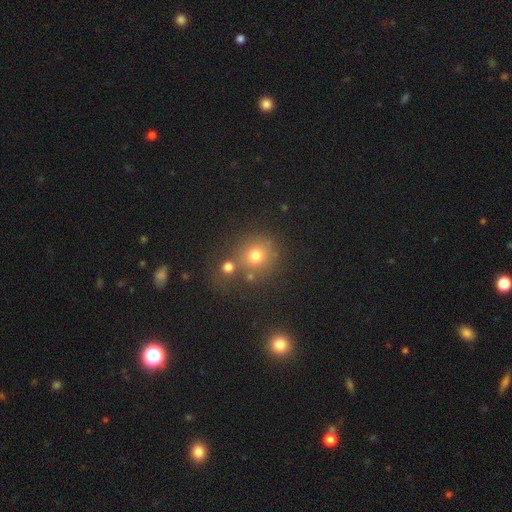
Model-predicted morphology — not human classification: type=smooth (71%); roundness=round (88%); merging=none (65%).